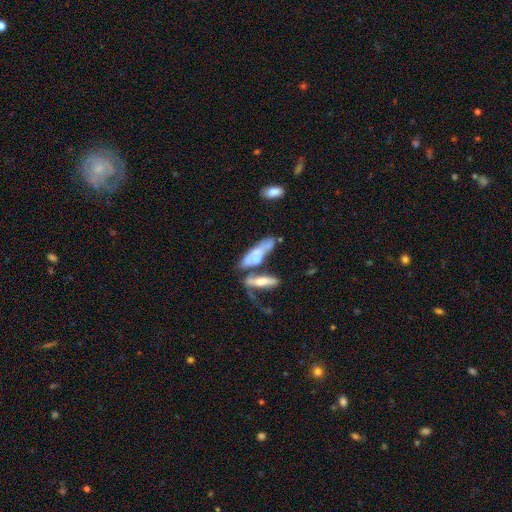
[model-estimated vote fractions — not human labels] This is possibly a smooth galaxy (47%). Merging: marginally merger (40%).